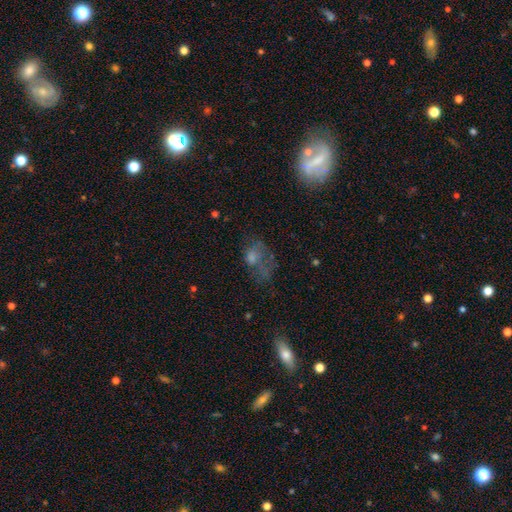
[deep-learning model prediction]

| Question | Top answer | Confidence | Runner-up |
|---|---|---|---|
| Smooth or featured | smooth | 40% | featured or disk (36%) |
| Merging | none | 45% | major disturbance (28%) |